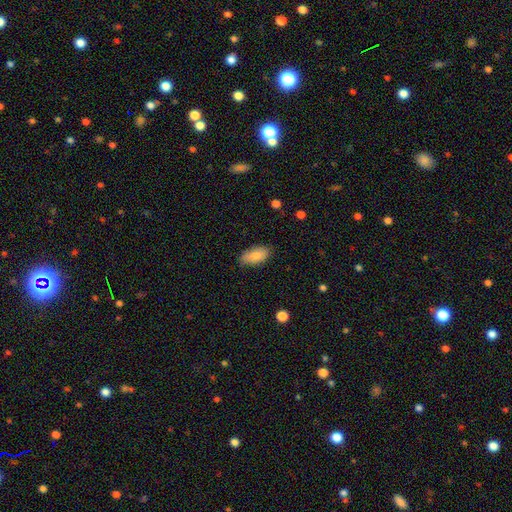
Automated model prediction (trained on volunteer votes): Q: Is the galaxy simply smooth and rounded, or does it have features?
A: smooth — 83%.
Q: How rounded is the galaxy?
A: in between — 92%.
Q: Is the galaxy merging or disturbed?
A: none — 78%.